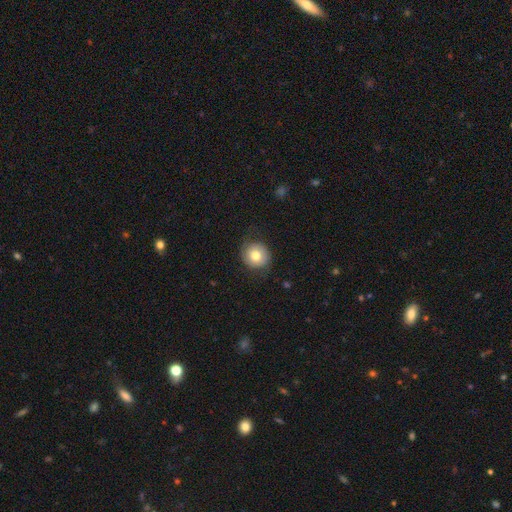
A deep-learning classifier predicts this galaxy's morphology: The model was most divided on "smooth or featured": smooth: 70%, featured or disk: 21%, star or artifact: 8%. More confident: how rounded — round (88%); merging — none (76%).